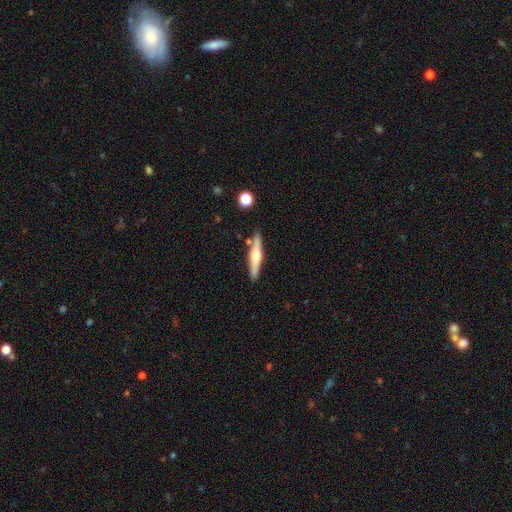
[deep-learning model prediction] smooth-or-featured: featured or disk: 63% | smooth: 31% | star or artifact: 6%
  disk-edge-on: yes: 97% | no: 3%
    edge-on-bulge: rounded: 91% | boxy: 6% | none: 3%
  merging: none: 86% | minor disturbance: 9% | merger: 3% | major disturbance: 2%